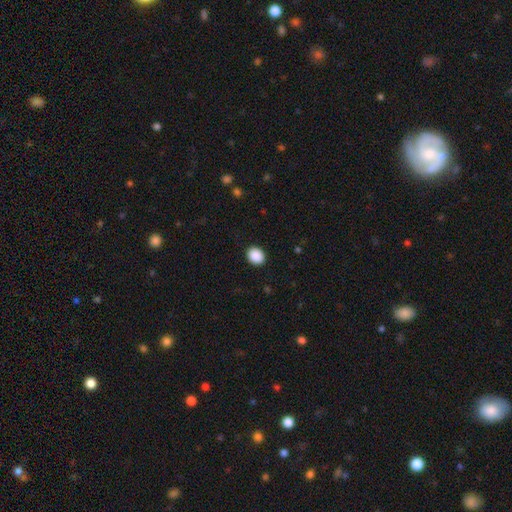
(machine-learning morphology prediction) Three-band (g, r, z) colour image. It shows a smooth galaxy with no disk features (90%) that is round (55%). Merging: none (91%).